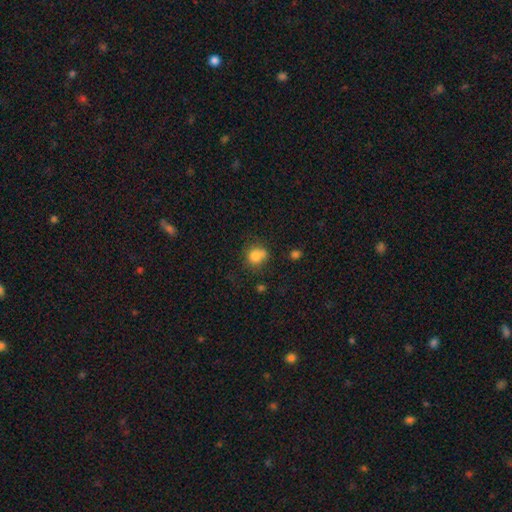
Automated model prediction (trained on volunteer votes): smooth_or_featured: smooth (p=0.80) [alt: star or artifact p=0.11]
how_rounded: round (p=0.70) [alt: in between p=0.29]
merging: none (p=0.50) [alt: minor disturbance p=0.27]